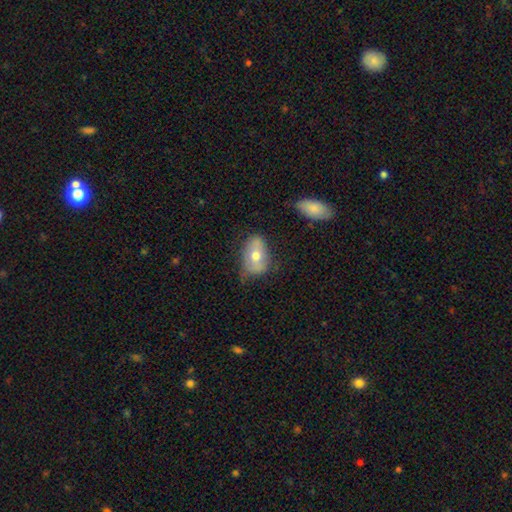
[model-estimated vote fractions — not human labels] smooth-or-featured: smooth: 61% | featured or disk: 32% | star or artifact: 7%
  how-rounded: in between: 88% | round: 10% | cigar-shaped: 2%
  merging: none: 56% | minor disturbance: 32% | major disturbance: 9% | merger: 3%